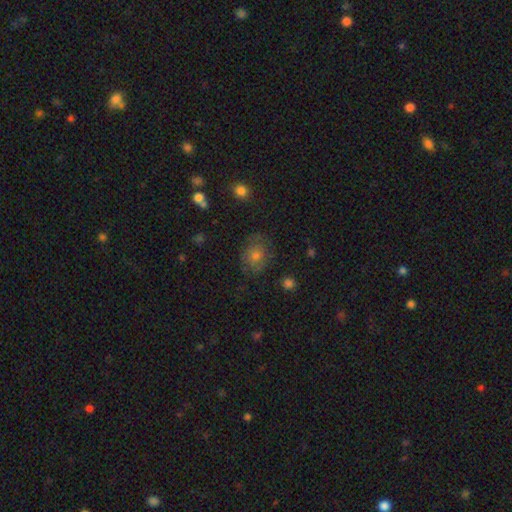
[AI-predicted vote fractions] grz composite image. It shows a smooth galaxy with no disk features (59%) that is round (54%). Merging: none (72%).